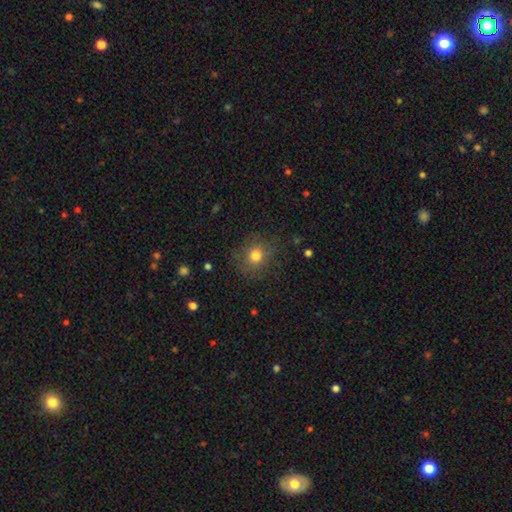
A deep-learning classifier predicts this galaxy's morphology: type=smooth (77%); roundness=round (85%); merging=none (81%).